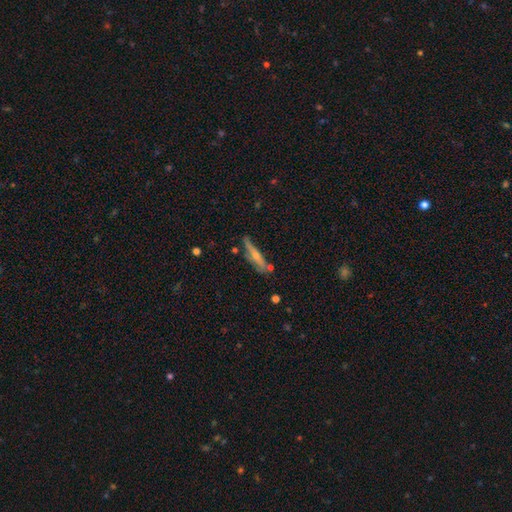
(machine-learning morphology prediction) A featured or disk galaxy (49%).

Vote fractions:
- Smooth or featured? featured or disk: 49% / smooth: 45% / star or artifact: 7%
- Merging? none: 64% / minor disturbance: 22% / merger: 8% / major disturbance: 6%